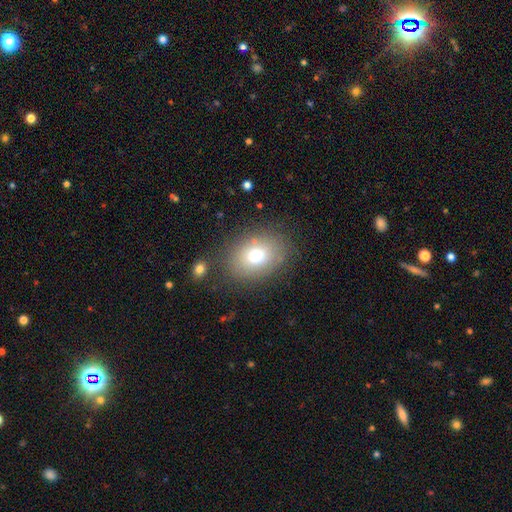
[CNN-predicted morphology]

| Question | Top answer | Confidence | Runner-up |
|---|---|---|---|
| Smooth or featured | smooth | 75% | featured or disk (14%) |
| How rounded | in between | 70% | round (29%) |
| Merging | none | 78% | minor disturbance (13%) |